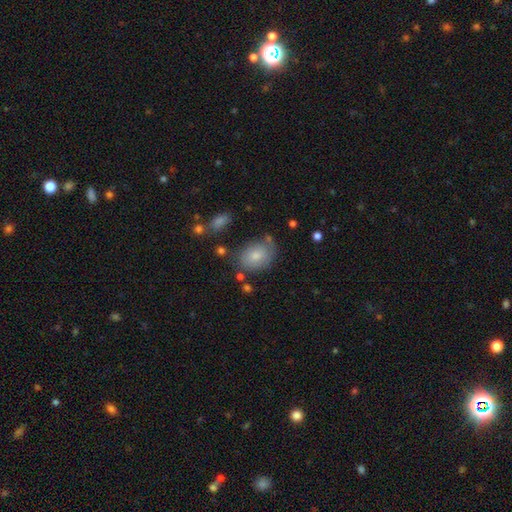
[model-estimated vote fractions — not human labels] A smooth galaxy with no disk features (78%) that is in between round and cigar-shaped (71%).

Vote fractions:
- Smooth or featured? smooth: 78% / featured or disk: 14% / star or artifact: 8%
- How rounded? in between: 71% / round: 28% / cigar-shaped: 1%
- Merging? none: 65% / minor disturbance: 22% / major disturbance: 7% / merger: 6%